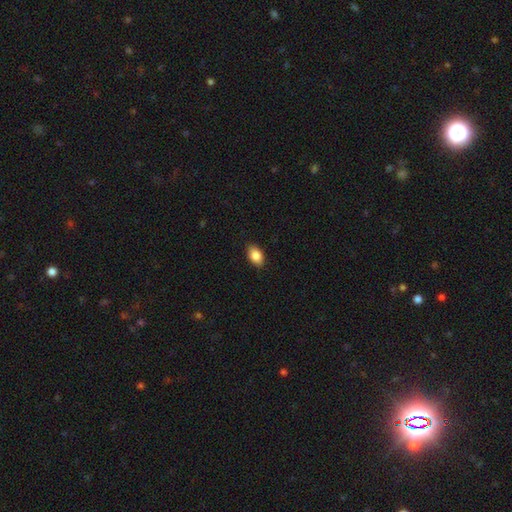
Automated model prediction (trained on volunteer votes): Q: Smooth or featured?
A: smooth (85%); runner-up: star or artifact (8%)
Q: How rounded?
A: in between (89%); runner-up: round (10%)
Q: Merging?
A: none (88%); runner-up: minor disturbance (9%)